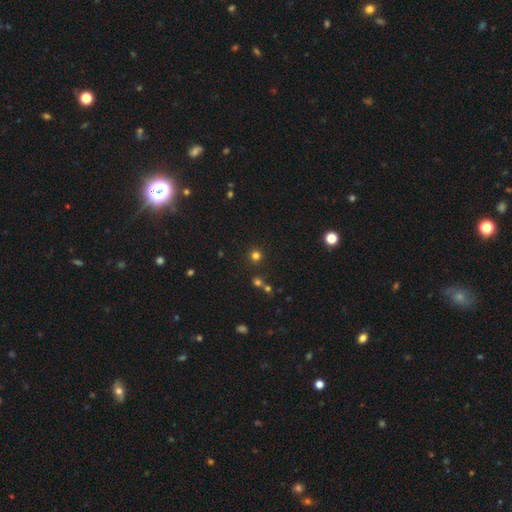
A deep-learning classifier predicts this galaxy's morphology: type=smooth (74%); roundness=round (94%); merging=none (85%).